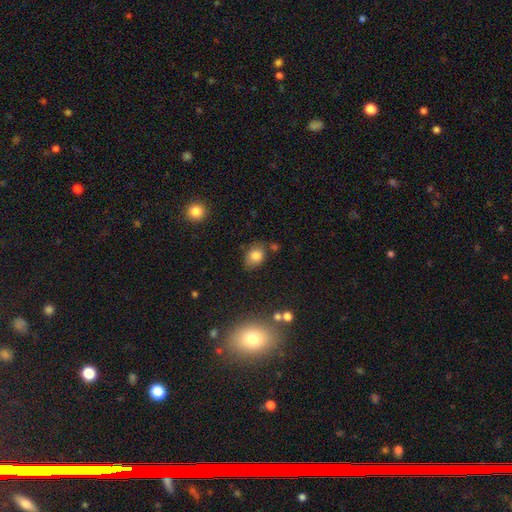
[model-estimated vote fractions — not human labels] Overall: smooth (80%). How rounded: in between (67%; round 32%). Merging: none (66%).